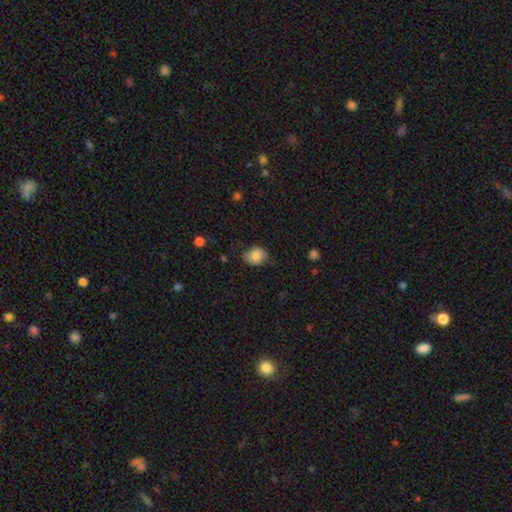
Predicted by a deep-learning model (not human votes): Q: Smooth or featured?
A: smooth (84%); runner-up: star or artifact (8%)
Q: How rounded?
A: in between (64%); runner-up: round (35%)
Q: Merging?
A: none (72%); runner-up: minor disturbance (22%)